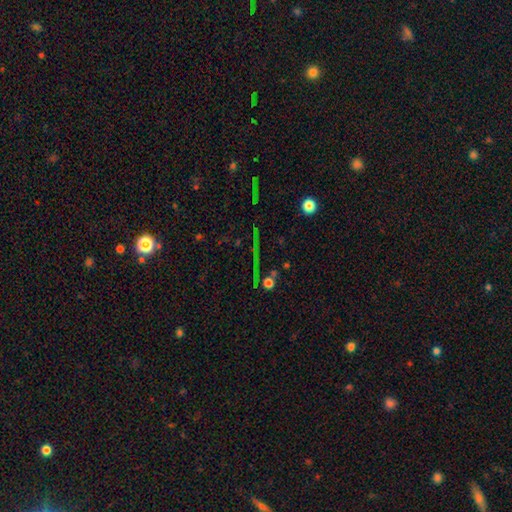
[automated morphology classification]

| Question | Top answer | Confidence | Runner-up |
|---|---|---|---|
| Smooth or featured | star or artifact | 61% | smooth (23%) |